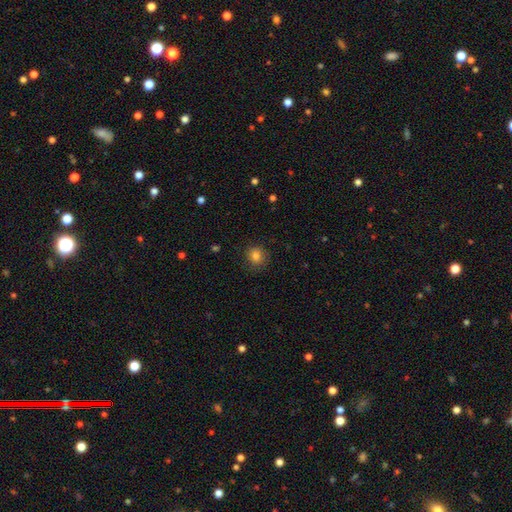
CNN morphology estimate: Smooth or featured? Predicted: smooth (p=0.82). How rounded? Predicted: round (p=0.82). Merging? Predicted: none (p=0.83).